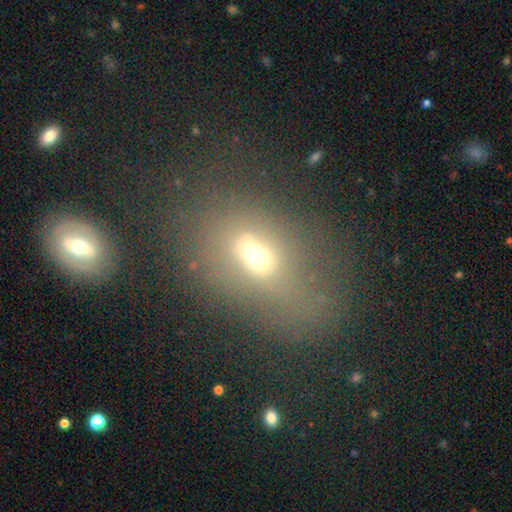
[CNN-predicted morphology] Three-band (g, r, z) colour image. It shows a smooth galaxy with no disk features (51%) that is in between round and cigar-shaped (74%). Merging: none (40%).